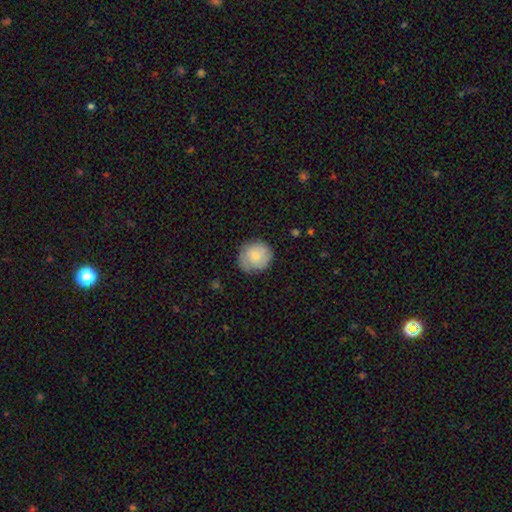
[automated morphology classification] Overall: smooth (69%). How rounded: round (84%). Merging: none (76%).